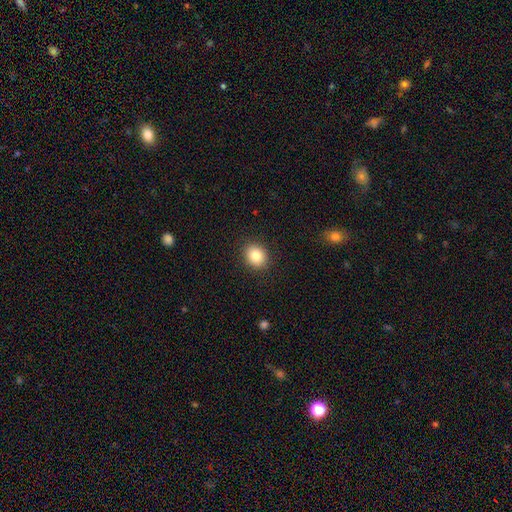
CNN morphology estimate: Smooth or featured?
  - smooth: 85% *
  - star or artifact: 9%
  - featured or disk: 6%
How rounded?
  - round: 60% *
  - in between: 39%
  - cigar-shaped: 1%
Merging?
  - none: 89% *
  - minor disturbance: 7%
  - major disturbance: 2%
  - merger: 1%